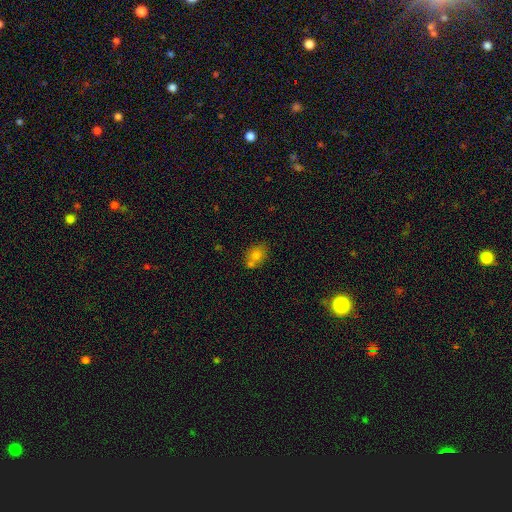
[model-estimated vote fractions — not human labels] This appears to be a smooth galaxy with no disk features (73%) that is in between round and cigar-shaped (55%). Merging: none (57%).